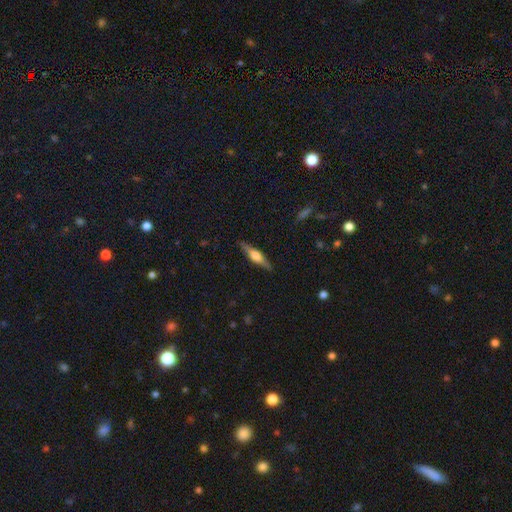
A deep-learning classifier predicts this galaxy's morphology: A featured or disk galaxy (63%) viewed edge-on (96%) with a rounded central bulge (85%).

Vote fractions:
- Smooth or featured? featured or disk: 63% / smooth: 31% / star or artifact: 6%
- Edge-on disk? yes: 96% / no: 4%
- Edge-on bulge? rounded: 85% / boxy: 12% / none: 3%
- Merging? none: 88% / minor disturbance: 9% / major disturbance: 2% / merger: 1%